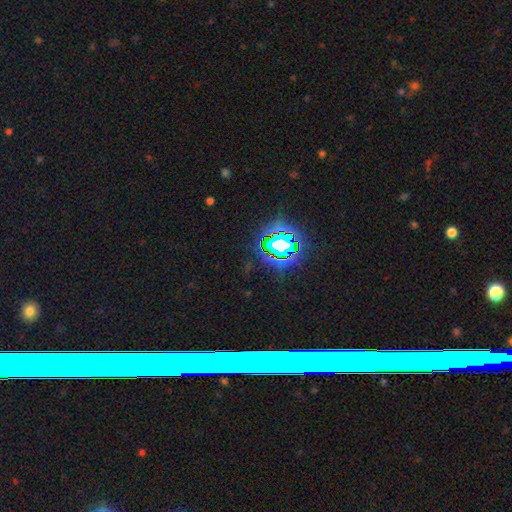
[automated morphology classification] Smooth or featured?
  - star or artifact: 70% *
  - featured or disk: 15%
  - smooth: 15%